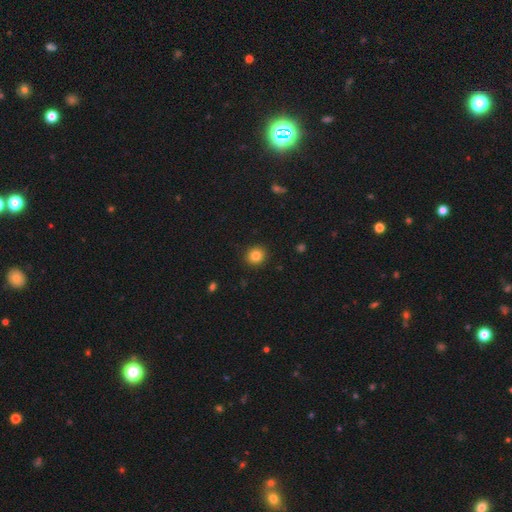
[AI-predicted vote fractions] Smooth or featured? smooth (84%)
How rounded? round (86%)
Merging? none (91%)